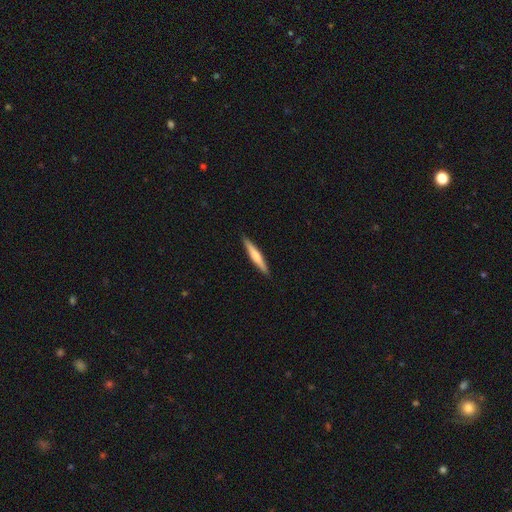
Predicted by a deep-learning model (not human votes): Overall: smooth (53%; featured or disk 42%). How rounded: cigar-shaped (94%). Merging: none (92%).